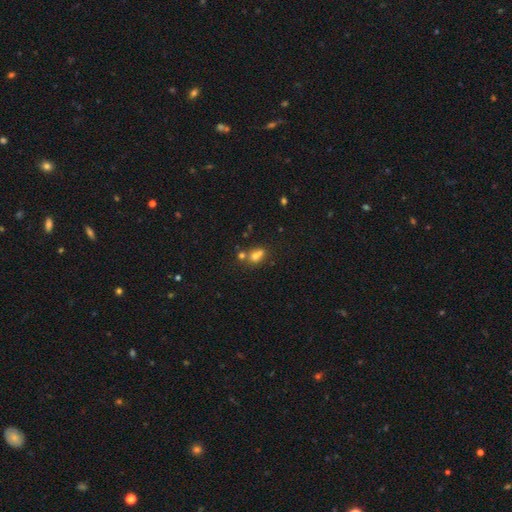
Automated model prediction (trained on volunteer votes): Smooth or featured: smooth — 64% (featured or disk — 19%)
How rounded: round — 60% (in between — 38%)
Merging: merger — 54% (none — 33%)